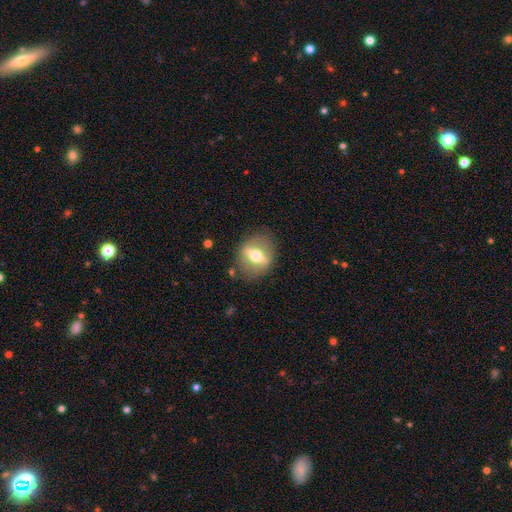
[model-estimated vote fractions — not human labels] Q: Smooth or featured?
A: featured or disk (63%); runner-up: smooth (30%)
Q: Edge-on disk?
A: no (56%); runner-up: yes (44%)
Q: Merging?
A: none (83%); runner-up: minor disturbance (11%)